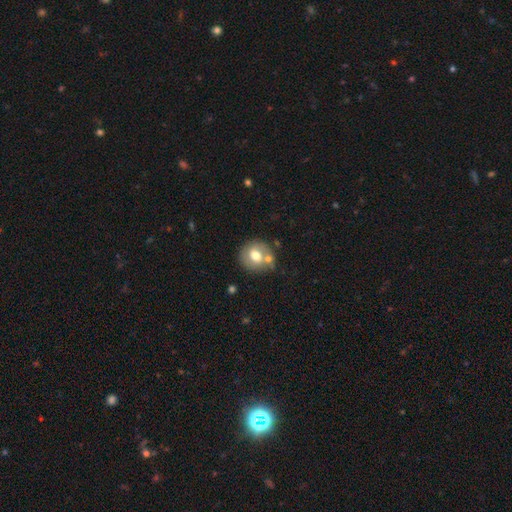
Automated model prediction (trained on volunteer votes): Smooth or featured? Predicted: smooth (p=0.64). How rounded? Predicted: round (p=0.82). Merging? Predicted: none (p=0.63).